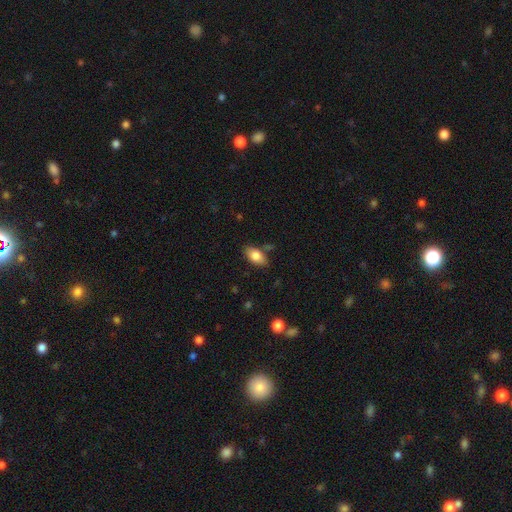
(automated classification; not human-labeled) Smooth or featured? smooth (81%)
How rounded? in between (91%)
Merging? none (79%)